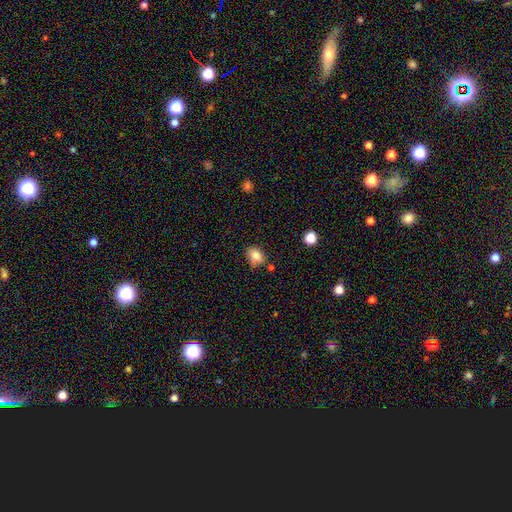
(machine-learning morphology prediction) Overall: smooth (82%). How rounded: in between (59%; round 40%). Merging: none (64%; minor disturbance 26%).